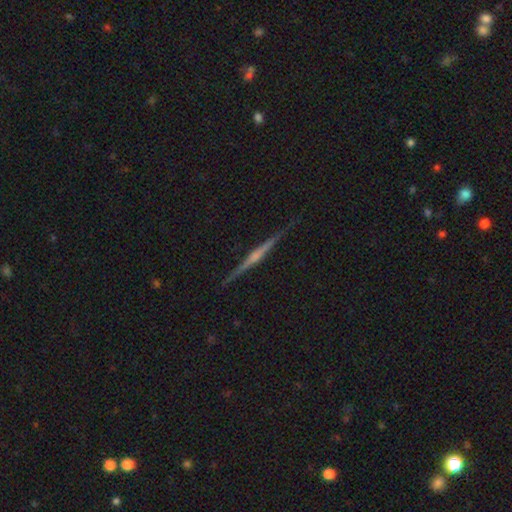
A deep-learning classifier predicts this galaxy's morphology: smooth-or-featured: featured or disk: 80% | smooth: 13% | star or artifact: 7%
  disk-edge-on: yes: 98% | no: 2%
    edge-on-bulge: rounded: 67% | none: 19% | boxy: 14%
  merging: none: 90% | minor disturbance: 7% | major disturbance: 1% | merger: 1%